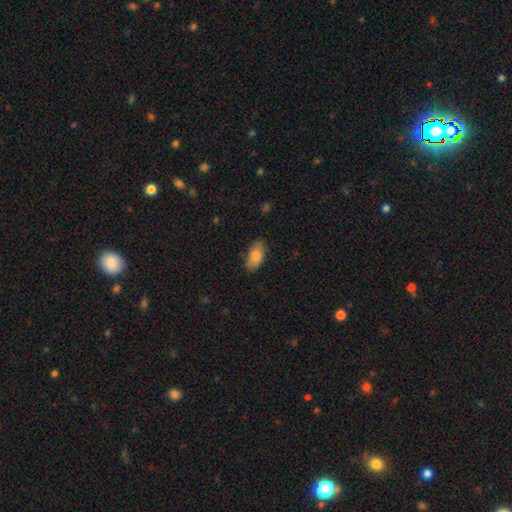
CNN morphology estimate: A smooth galaxy with no disk features (84%) that is in between round and cigar-shaped (93%).

Vote fractions:
- Smooth or featured? smooth: 84% / featured or disk: 10% / star or artifact: 7%
- How rounded? in between: 93% / cigar-shaped: 4% / round: 3%
- Merging? none: 83% / minor disturbance: 13% / major disturbance: 3% / merger: 1%